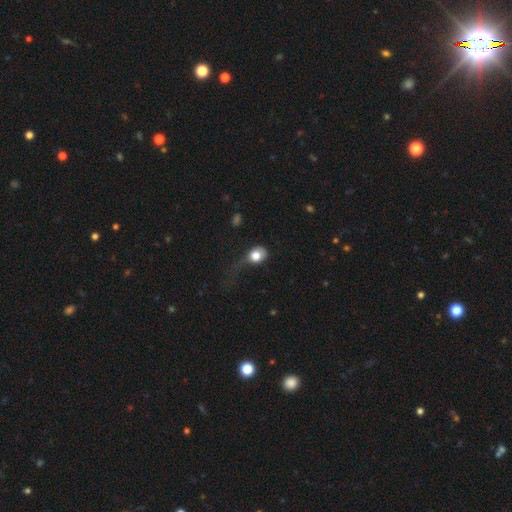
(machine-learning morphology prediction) Overall: smooth (77%). How rounded: round (62%; in between 36%). Merging: major disturbance (43%; minor disturbance 30%).